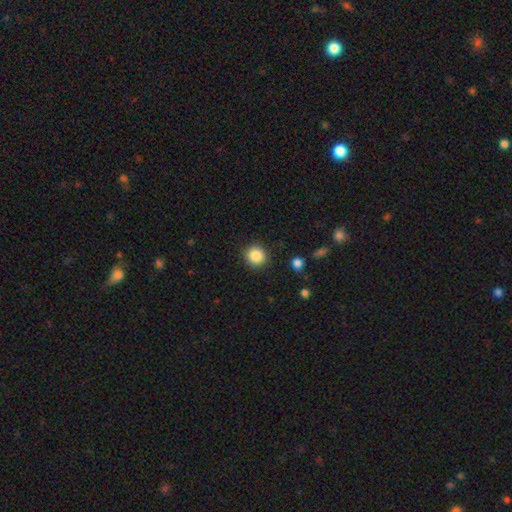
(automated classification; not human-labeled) smooth 86%, star or artifact 10%, featured or disk 4%. Down the decision tree: how rounded — round (93%); merging — none (91%).